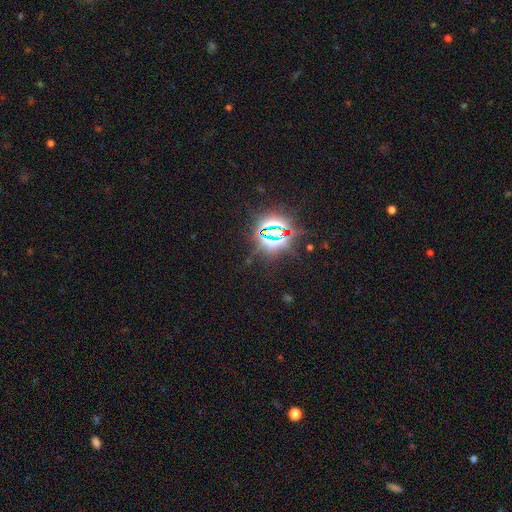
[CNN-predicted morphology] Smooth or featured? Predicted: star or artifact (p=0.83).